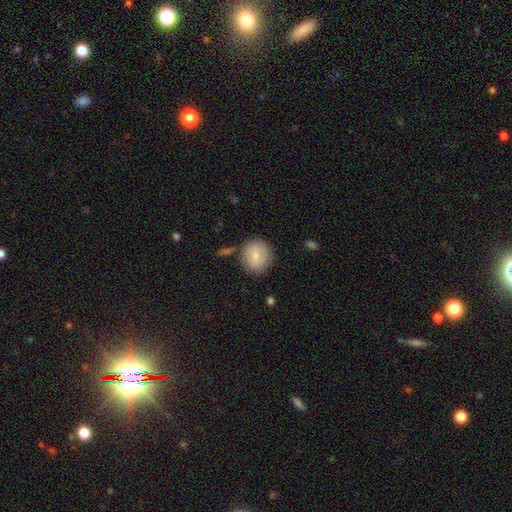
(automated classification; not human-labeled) Smooth or featured? Predicted: smooth (p=0.75). How rounded? Predicted: round (p=0.85). Merging? Predicted: none (p=0.78).